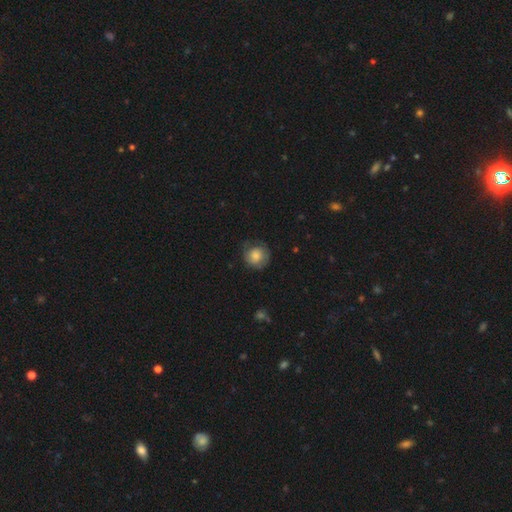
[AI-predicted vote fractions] A smooth galaxy with no disk features (74%) that is round (88%).

Vote fractions:
- Smooth or featured? smooth: 74% / featured or disk: 18% / star or artifact: 8%
- How rounded? round: 88% / in between: 11% / cigar-shaped: 1%
- Merging? none: 66% / minor disturbance: 23% / major disturbance: 9% / merger: 1%